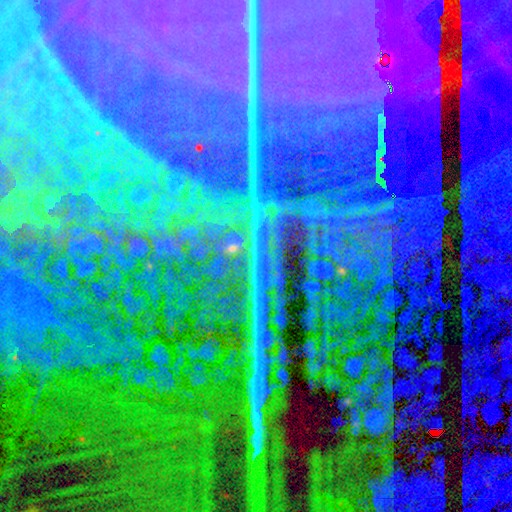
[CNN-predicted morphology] smooth_or_featured: star or artifact (p=0.89) [alt: featured or disk p=0.06]